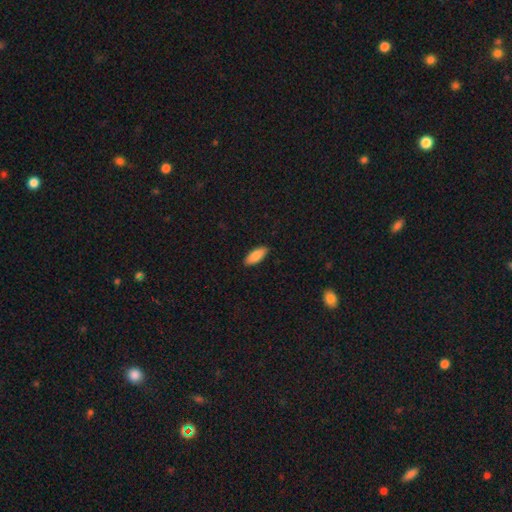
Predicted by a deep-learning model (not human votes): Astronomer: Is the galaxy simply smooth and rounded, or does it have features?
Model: smooth — 87%.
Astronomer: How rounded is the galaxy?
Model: in between — 83%.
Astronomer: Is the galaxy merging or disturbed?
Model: none — 88%.